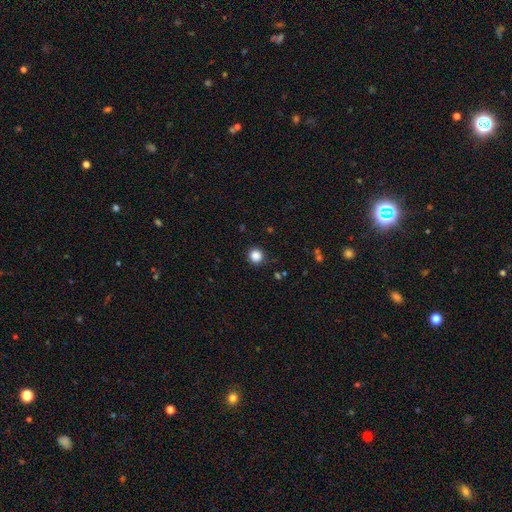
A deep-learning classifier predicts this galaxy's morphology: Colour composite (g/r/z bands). It shows a smooth galaxy with no disk features (86%) that is round (94%). Merging: none (91%).